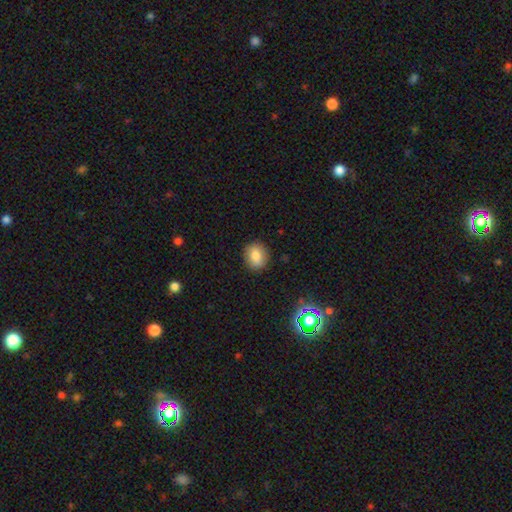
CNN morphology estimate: Smooth or featured? Predicted: smooth (p=0.82). How rounded? Predicted: round (p=0.61). Merging? Predicted: none (p=0.88).